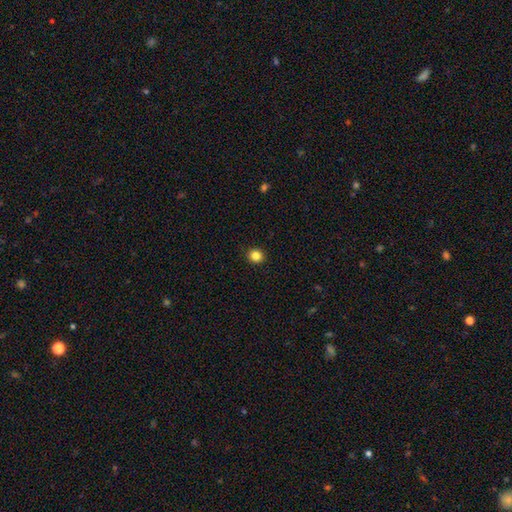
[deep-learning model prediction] This is clearly a smooth galaxy (84%). How rounded: clearly round (83%). Merging: clearly none (92%).